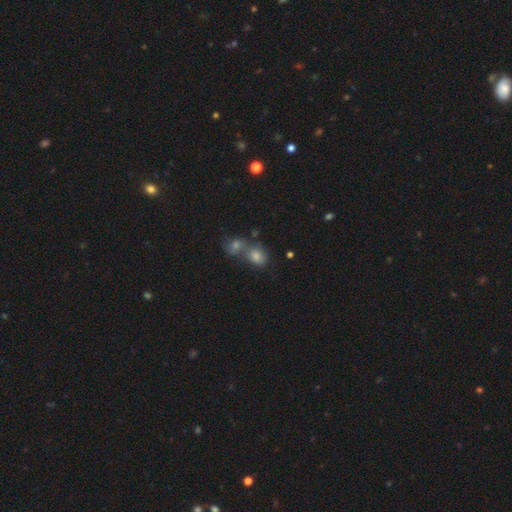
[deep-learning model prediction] Overall: smooth (67%). How rounded: round (63%; in between 36%). Merging: merger (44%, tied with none).